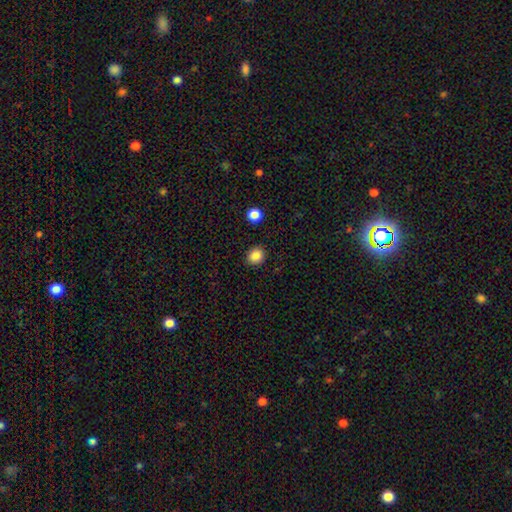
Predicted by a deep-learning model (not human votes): A smooth galaxy with no disk features (86%) that is round (76%). Merging: none (89%).